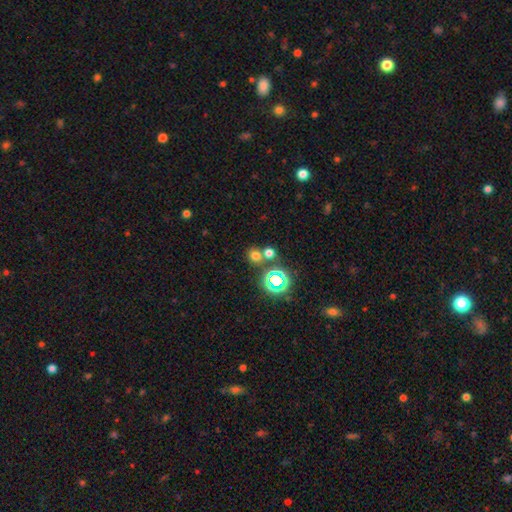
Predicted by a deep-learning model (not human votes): smooth 63%, star or artifact 29%, featured or disk 8%. Down the decision tree: how rounded — round (84%); merging — none (64%).